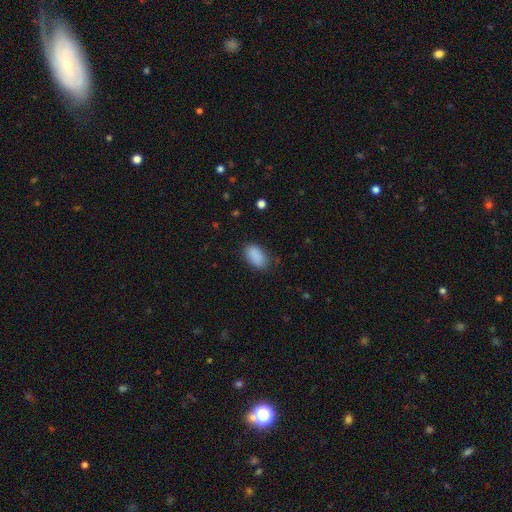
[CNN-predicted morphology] smooth-or-featured: smooth: 90% | star or artifact: 7% | featured or disk: 3%
  how-rounded: in between: 93% | round: 5% | cigar-shaped: 2%
  merging: none: 83% | minor disturbance: 13% | major disturbance: 3% | merger: 1%